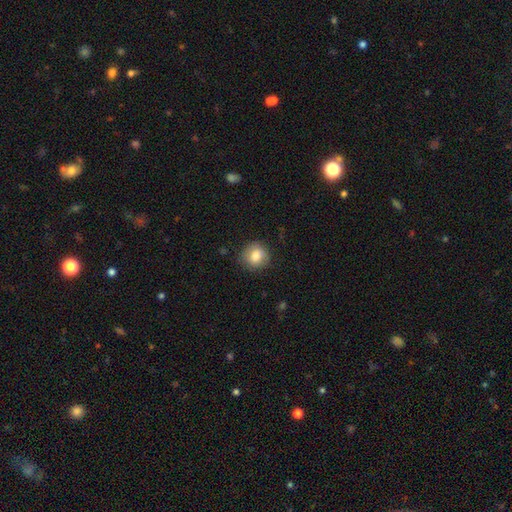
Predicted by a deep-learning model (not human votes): Smooth or featured? smooth (80%)
How rounded? round (88%)
Merging? none (81%)